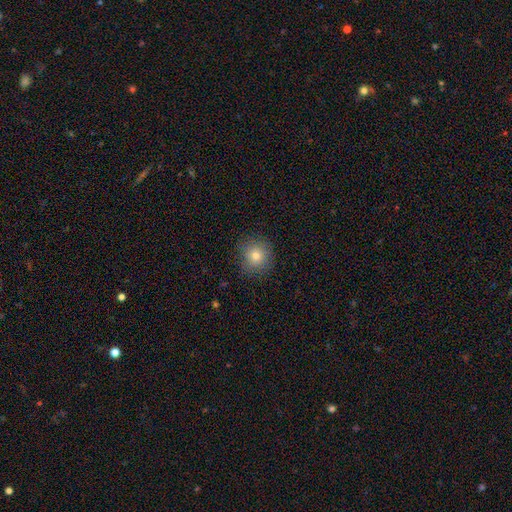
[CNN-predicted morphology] smooth-or-featured: smooth: 79% | star or artifact: 13% | featured or disk: 8%
  how-rounded: round: 92% | in between: 8% | cigar-shaped: 1%
  merging: none: 87% | minor disturbance: 9% | major disturbance: 3% | merger: 1%